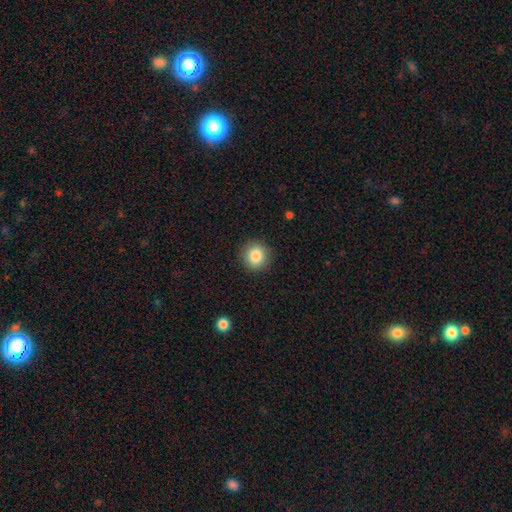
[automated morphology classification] Overall: smooth (85%). How rounded: round (89%). Merging: none (91%).